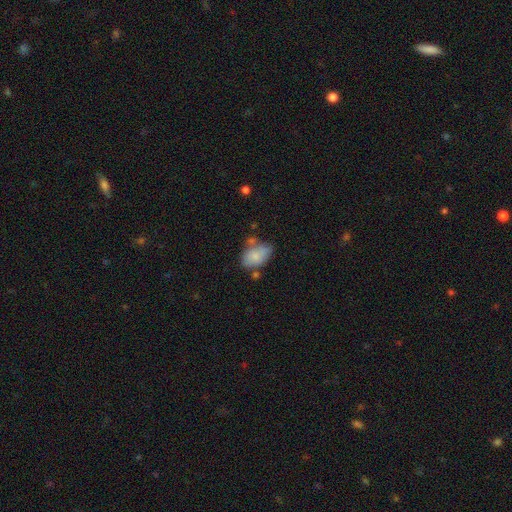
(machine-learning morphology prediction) A smooth galaxy with no disk features (77%) that is in between round and cigar-shaped (87%). Merging: none (45%).